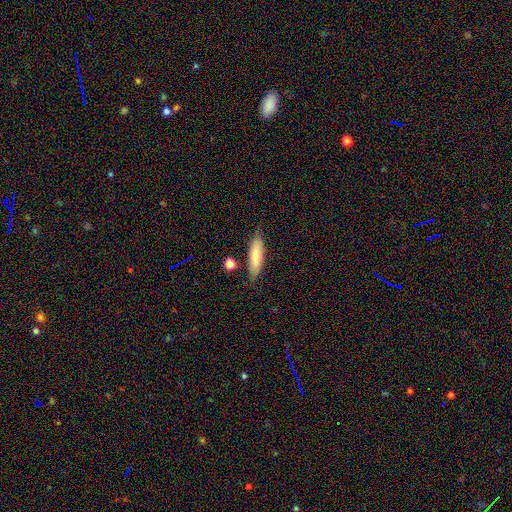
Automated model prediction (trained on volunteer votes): Smooth or featured? smooth (74%)
How rounded? cigar-shaped (62%)
Merging? none (79%)